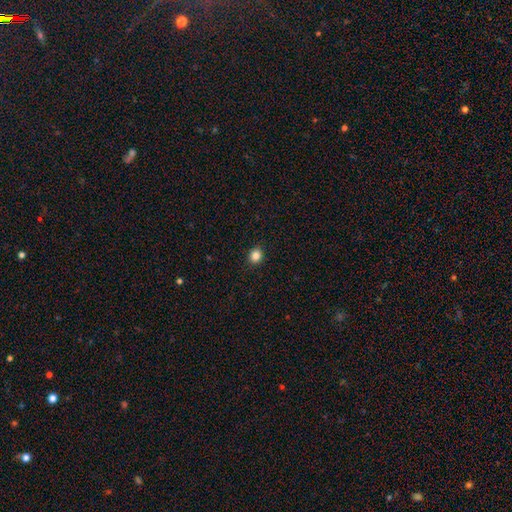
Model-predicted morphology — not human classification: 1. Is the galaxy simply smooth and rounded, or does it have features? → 85% smooth, 11% star or artifact, 4% featured or disk.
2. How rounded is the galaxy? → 71% round, 28% in between, 1% cigar-shaped.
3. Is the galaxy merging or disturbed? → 91% none, 6% minor disturbance, 2% major disturbance, 1% merger.